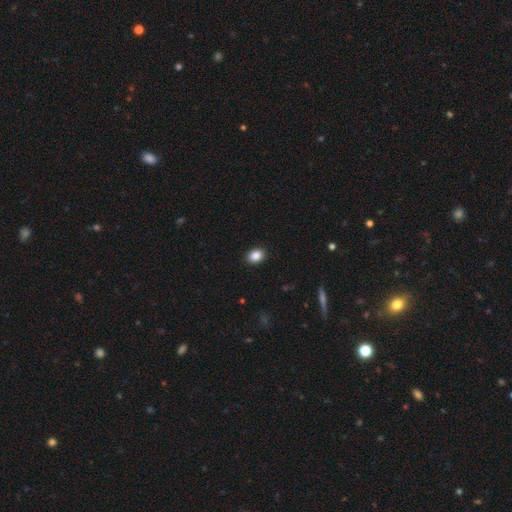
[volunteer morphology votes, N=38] This appears to be a smooth galaxy with no disk features (82%) that is in between round and cigar-shaped (81%). Merging: none (89%).